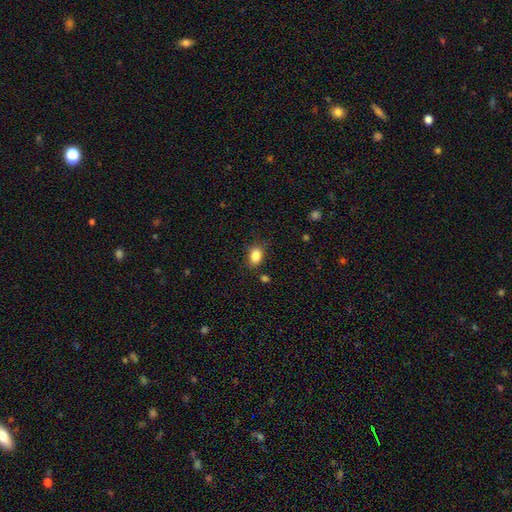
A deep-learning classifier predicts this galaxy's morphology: This appears to be a smooth galaxy with no disk features (85%) that is in between round and cigar-shaped (76%). Merging: none (80%).